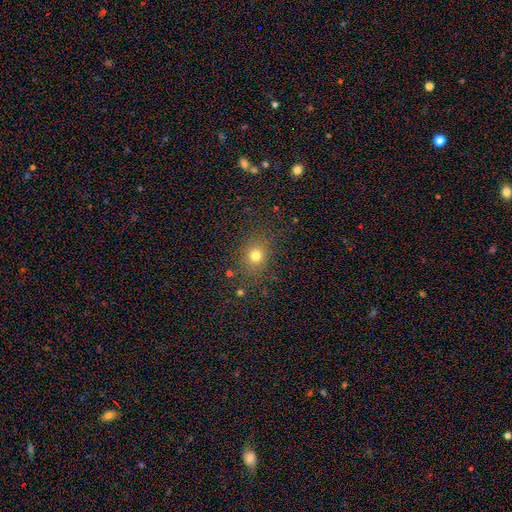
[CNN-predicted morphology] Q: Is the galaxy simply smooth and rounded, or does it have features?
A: smooth — 73%.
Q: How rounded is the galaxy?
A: round — 72%.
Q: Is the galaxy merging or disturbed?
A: none — 82%.